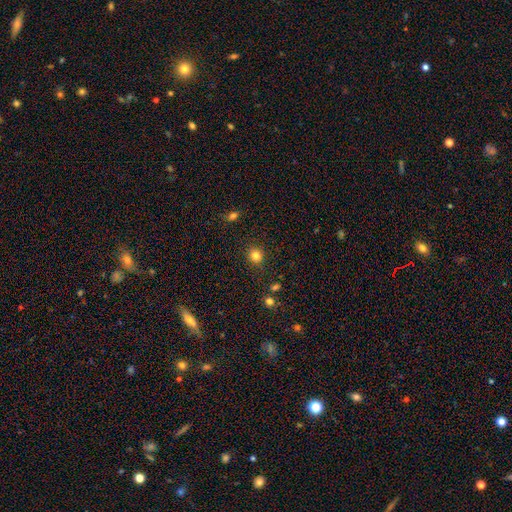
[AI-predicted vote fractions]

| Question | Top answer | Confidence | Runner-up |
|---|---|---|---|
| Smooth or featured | smooth | 82% | star or artifact (13%) |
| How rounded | round | 84% | in between (15%) |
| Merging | none | 89% | minor disturbance (7%) |